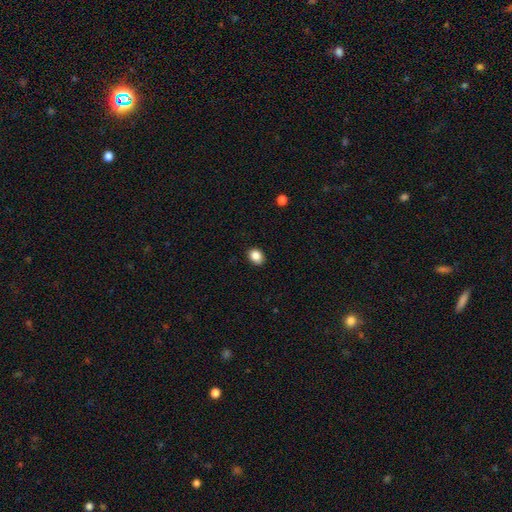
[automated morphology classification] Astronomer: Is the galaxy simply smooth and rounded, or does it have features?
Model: smooth — 87%.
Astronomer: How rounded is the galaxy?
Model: in between — 60% (runner-up: round, 39%).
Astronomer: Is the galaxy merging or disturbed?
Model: none — 88%.